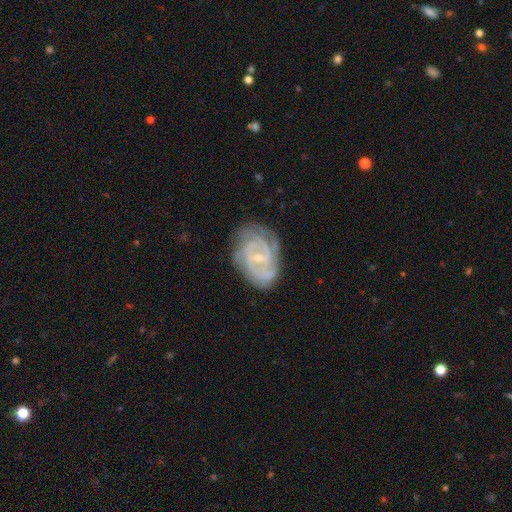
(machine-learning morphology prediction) This is likely a featured or disk galaxy (72%). It is clearly not viewed edge-on (97%). Bar: marginally weak (44%). Spiral arm pattern: clearly yes (91%). Spiral arm count: marginally can't tell (31%). Spiral winding: likely tight (62%). Central bulge: likely small (70%). Merging: likely none (78%).